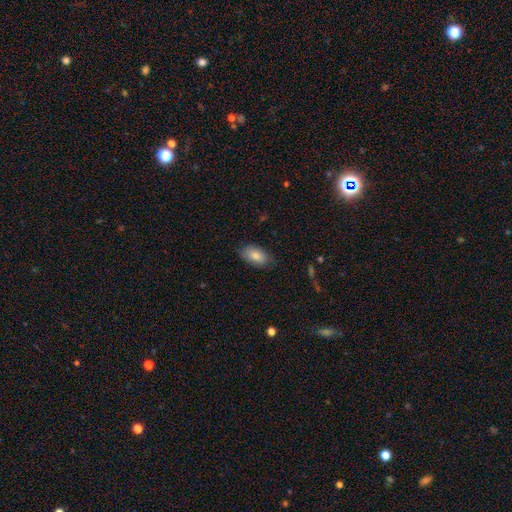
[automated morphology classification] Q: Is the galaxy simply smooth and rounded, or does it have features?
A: smooth — 84%.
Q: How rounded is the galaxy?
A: in between — 93%.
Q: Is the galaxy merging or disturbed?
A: none — 82%.